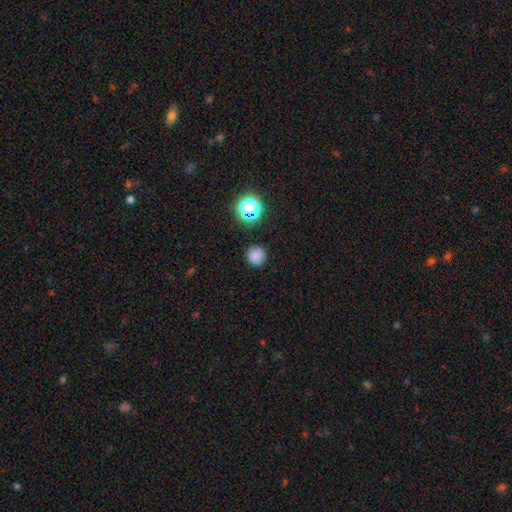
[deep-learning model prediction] Smooth or featured? Predicted: smooth (p=0.80). How rounded? Predicted: round (p=0.95). Merging? Predicted: none (p=0.89).